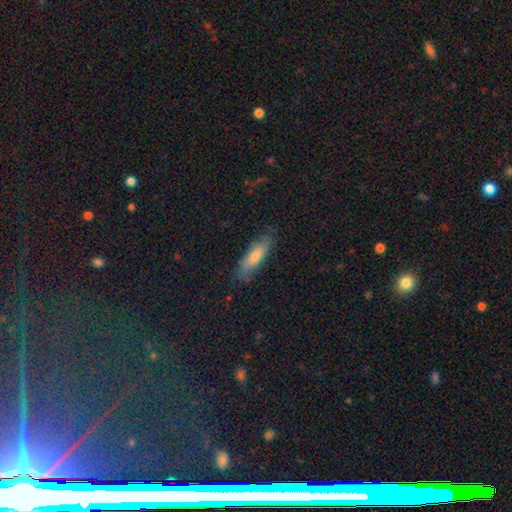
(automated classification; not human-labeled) Overall: smooth (66%; featured or disk 27%). How rounded: cigar-shaped (51%; in between 47%). Merging: none (78%).